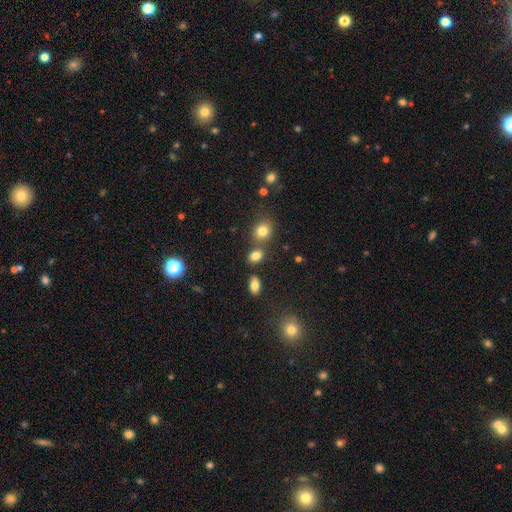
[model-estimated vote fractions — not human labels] This is clearly a smooth galaxy (81%). How rounded: likely in between (64%). Merging: likely none (67%).